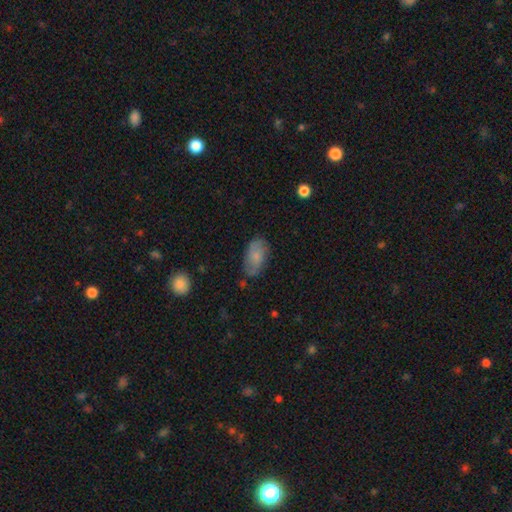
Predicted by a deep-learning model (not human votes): Smooth or featured?
  - smooth: 71% *
  - featured or disk: 22%
  - star or artifact: 7%
How rounded?
  - in between: 93% *
  - round: 4%
  - cigar-shaped: 3%
Merging?
  - none: 72% *
  - minor disturbance: 21%
  - major disturbance: 5%
  - merger: 2%